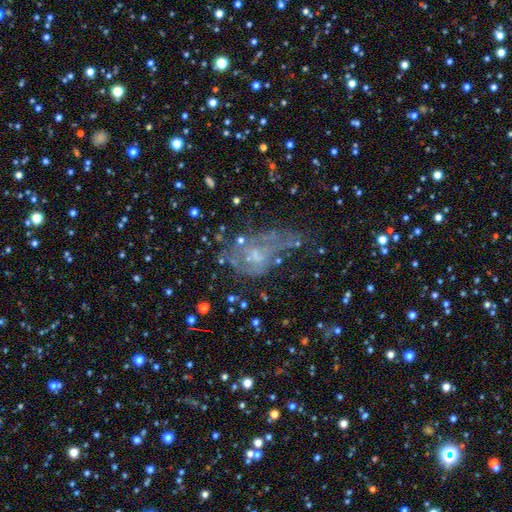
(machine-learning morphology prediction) Smooth or featured? Predicted: featured or disk (p=0.55). Edge-on disk? Predicted: no (p=0.95). Bar? Predicted: no (p=0.77). Spiral arms? Predicted: no (p=0.76). Bulge size? Predicted: none (p=0.36). Merging? Predicted: major disturbance (p=0.38).